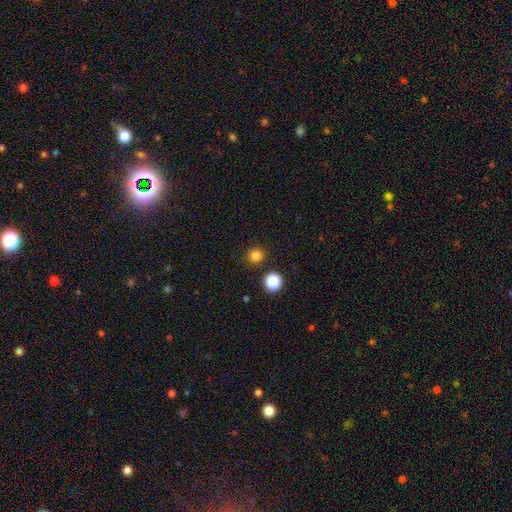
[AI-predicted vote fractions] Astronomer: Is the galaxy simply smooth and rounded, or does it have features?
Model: smooth — 81%.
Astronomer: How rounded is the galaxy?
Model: round — 90%.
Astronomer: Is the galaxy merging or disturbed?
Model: none — 88%.